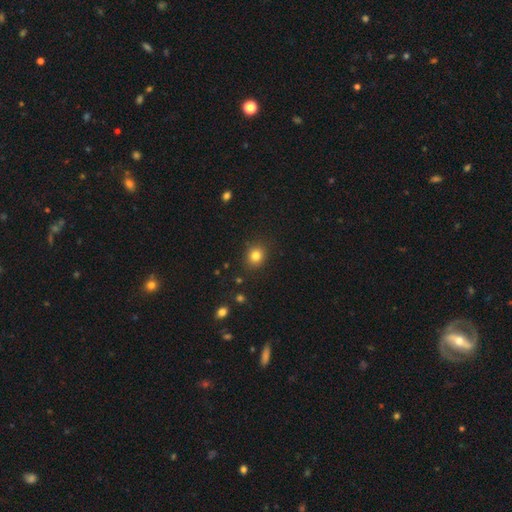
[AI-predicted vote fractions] Smooth or featured? smooth (82%)
How rounded? round (77%)
Merging? none (88%)